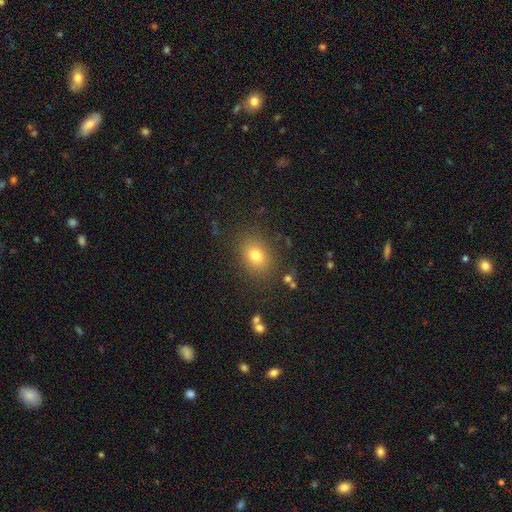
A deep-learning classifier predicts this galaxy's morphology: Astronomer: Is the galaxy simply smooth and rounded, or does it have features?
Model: smooth — 77%.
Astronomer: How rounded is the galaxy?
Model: in between — 58% (runner-up: round, 41%).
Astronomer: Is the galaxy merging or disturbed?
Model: none — 83%.